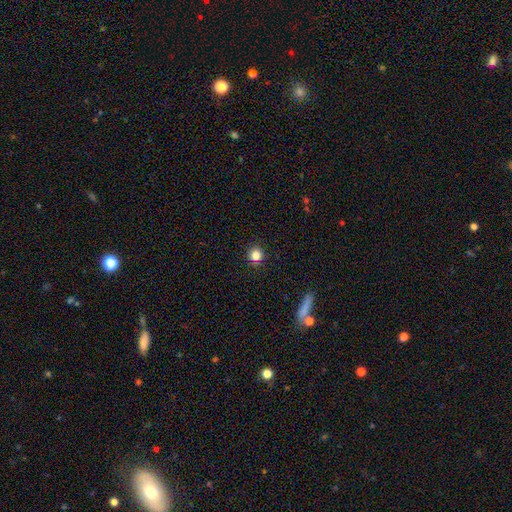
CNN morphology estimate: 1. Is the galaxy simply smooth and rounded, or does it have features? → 81% smooth, 13% star or artifact, 6% featured or disk.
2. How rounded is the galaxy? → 93% round, 6% in between, 1% cigar-shaped.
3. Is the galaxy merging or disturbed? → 91% none, 5% minor disturbance, 2% major disturbance, 2% merger.